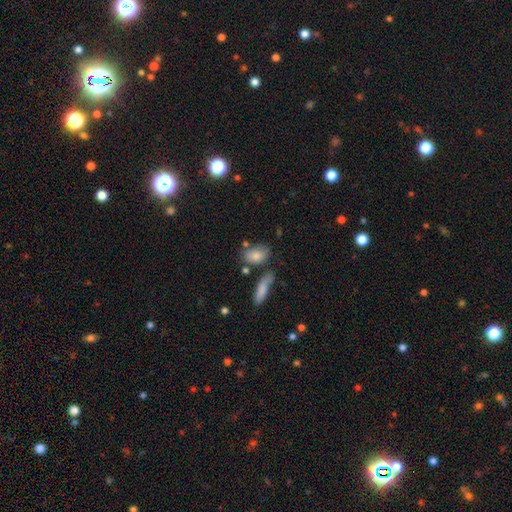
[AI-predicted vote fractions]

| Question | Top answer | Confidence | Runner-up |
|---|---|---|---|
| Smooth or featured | smooth | 80% | featured or disk (13%) |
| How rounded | in between | 83% | round (12%) |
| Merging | none | 60% | minor disturbance (20%) |